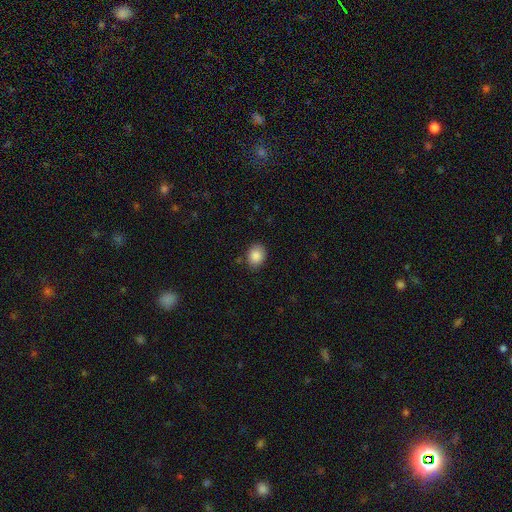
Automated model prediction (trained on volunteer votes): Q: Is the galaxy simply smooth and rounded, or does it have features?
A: smooth — 87%.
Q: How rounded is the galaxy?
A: in between — 53%.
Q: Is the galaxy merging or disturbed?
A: none — 84%.